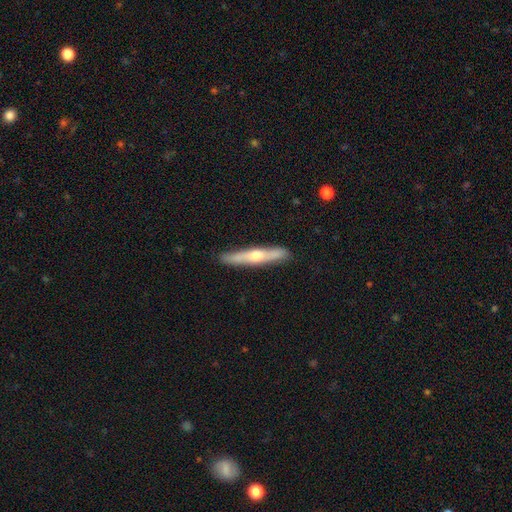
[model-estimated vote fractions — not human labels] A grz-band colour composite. It shows a featured or disk galaxy (60%) viewed edge-on (92%) with a rounded central bulge (86%). Merging: none (89%).